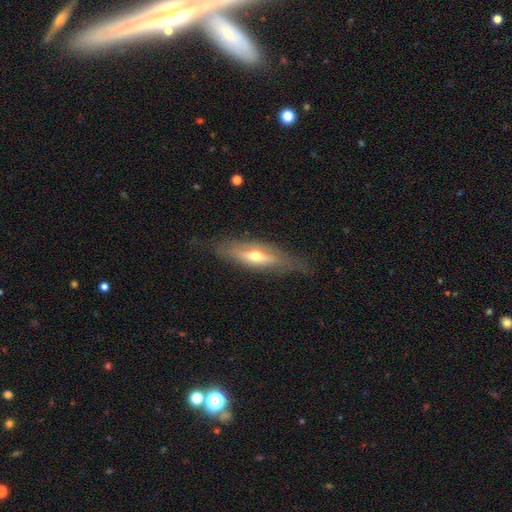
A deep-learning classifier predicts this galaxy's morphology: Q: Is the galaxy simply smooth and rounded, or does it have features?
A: featured or disk — 54%.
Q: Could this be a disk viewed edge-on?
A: yes — 71%.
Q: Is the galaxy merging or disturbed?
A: none — 68%.